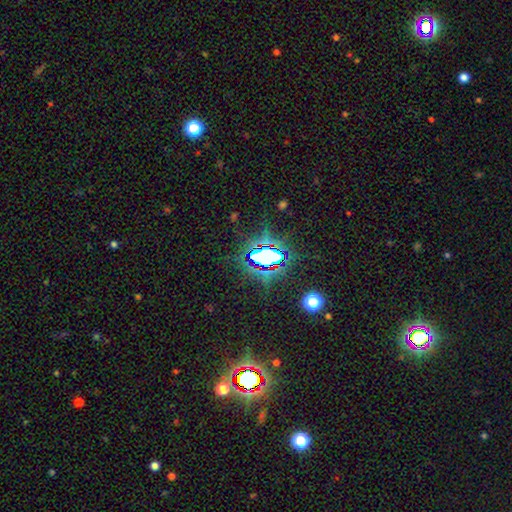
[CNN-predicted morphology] This appears to be a star or artifact, not a galaxy (76%).